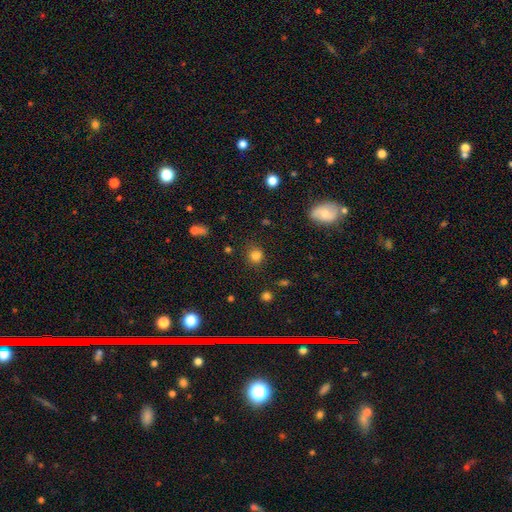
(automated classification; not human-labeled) Q: Smooth or featured?
A: smooth (80%); runner-up: star or artifact (15%)
Q: How rounded?
A: round (85%); runner-up: in between (14%)
Q: Merging?
A: none (82%); runner-up: minor disturbance (11%)